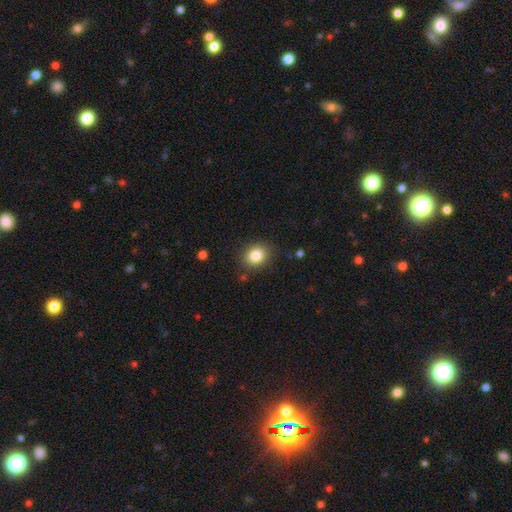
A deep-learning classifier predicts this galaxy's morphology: Smooth or featured? Predicted: smooth (p=0.83). How rounded? Predicted: round (p=0.61). Merging? Predicted: none (p=0.85).